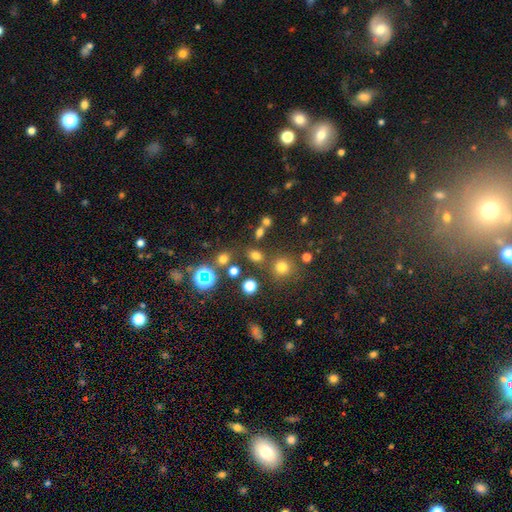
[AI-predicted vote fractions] smooth 67%, star or artifact 25%, featured or disk 8%. Down the decision tree: how rounded — in between (51%); merging — none (73%).